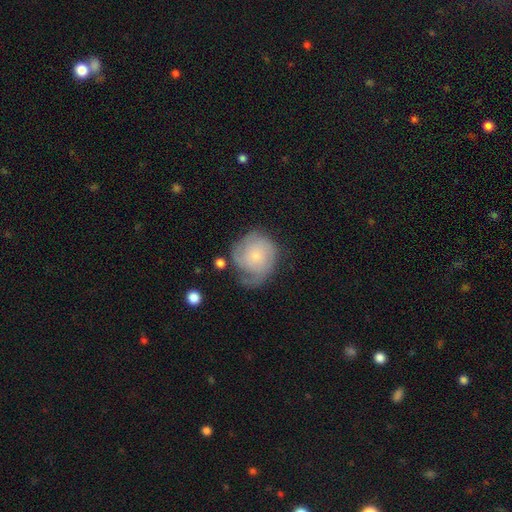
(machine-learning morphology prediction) featured or disk 57%, smooth 36%, star or artifact 7%. Down the decision tree: edge-on disk — no (98%); bar — no (80%); spiral arms — yes (87%); bulge size — small (70%); merging — none (51%).